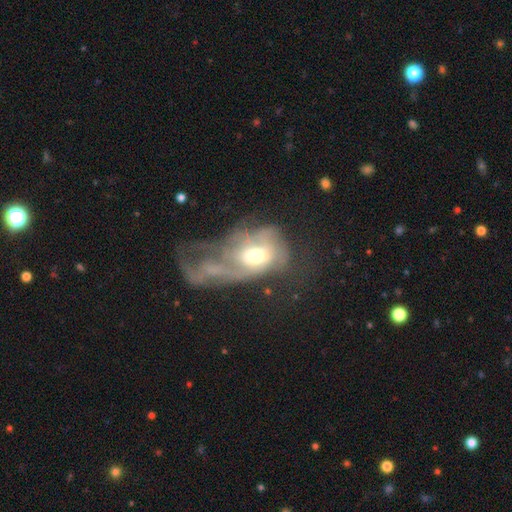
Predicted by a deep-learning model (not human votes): Smooth or featured?
  - featured or disk: 65% *
  - smooth: 26%
  - star or artifact: 8%
Edge-on disk?
  - no: 96% *
  - yes: 4%
Bar?
  - no: 70% *
  - weak: 24%
  - strong: 6%
Spiral arms?
  - yes: 55% *
  - no: 45%
Bulge size?
  - moderate: 62% *
  - large: 22%
  - small: 12%
  - dominant: 2%
  - none: 2%
Merging?
  - major disturbance: 56% *
  - merger: 19%
  - minor disturbance: 12%
  - none: 12%